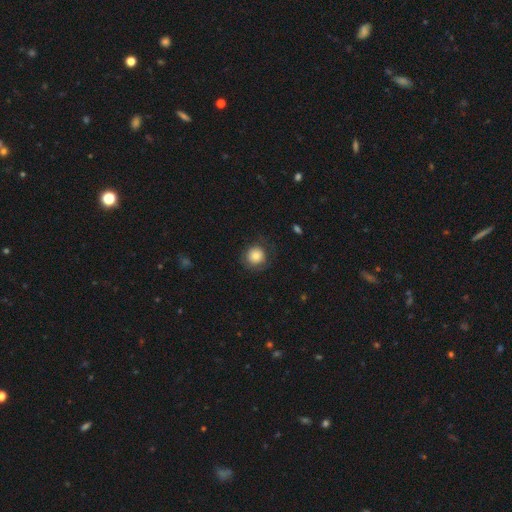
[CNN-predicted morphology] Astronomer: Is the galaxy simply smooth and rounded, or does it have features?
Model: smooth — 77%.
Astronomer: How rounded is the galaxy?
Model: round — 93%.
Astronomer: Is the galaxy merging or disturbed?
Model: none — 76%.